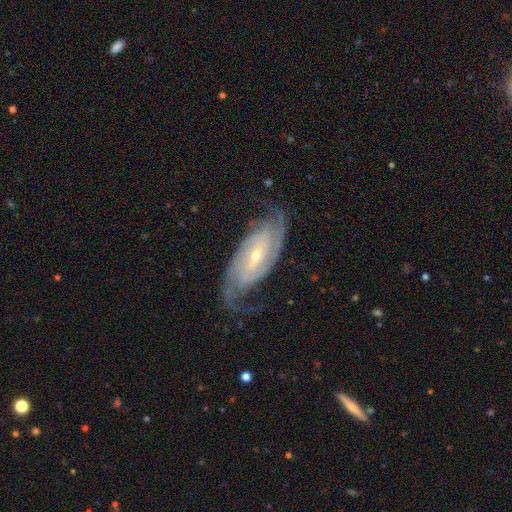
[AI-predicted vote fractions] Morphology: type=featured or disk (90%); edge-on=no (95%); bar=weak (38%); spiral arms=yes (98%); winding=tight (46%); arm count=2 (71%); bulge=small (73%); merging=none (73%).